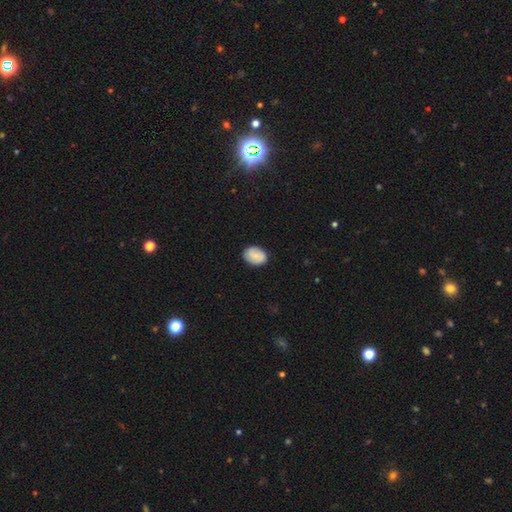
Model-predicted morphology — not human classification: This is likely a smooth galaxy (76%). How rounded: likely in between (71%). Merging: clearly none (85%).